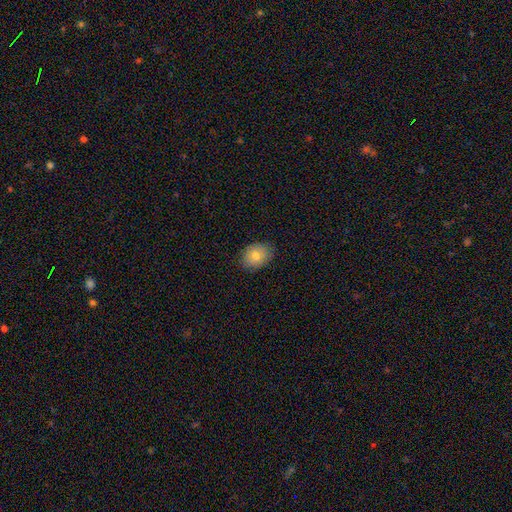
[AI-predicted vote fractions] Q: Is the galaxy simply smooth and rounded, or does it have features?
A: smooth — 79%.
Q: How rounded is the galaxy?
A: in between — 70%.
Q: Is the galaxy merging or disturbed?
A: none — 82%.